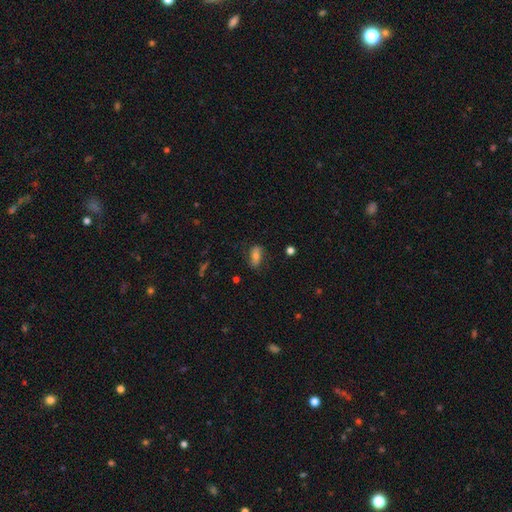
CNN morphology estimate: Smooth or featured?
  - smooth: 68% *
  - featured or disk: 22%
  - star or artifact: 10%
How rounded?
  - in between: 84% *
  - cigar-shaped: 11%
  - round: 5%
Merging?
  - none: 73% *
  - minor disturbance: 19%
  - major disturbance: 6%
  - merger: 2%